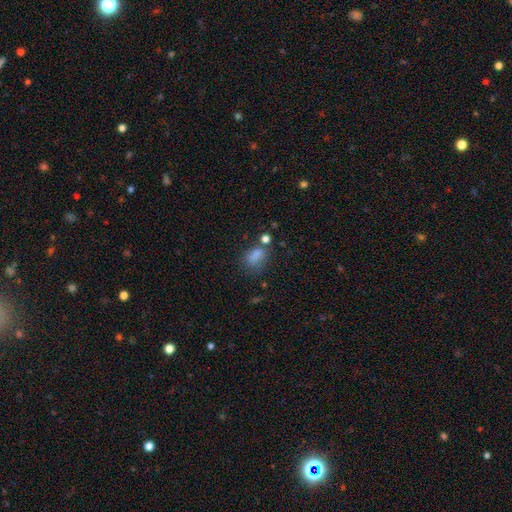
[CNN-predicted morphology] A smooth galaxy with no disk features (79%) that is in between round and cigar-shaped (77%).

Vote fractions:
- Smooth or featured? smooth: 79% / star or artifact: 13% / featured or disk: 8%
- How rounded? in between: 77% / round: 20% / cigar-shaped: 3%
- Merging? none: 50% / minor disturbance: 23% / merger: 15% / major disturbance: 13%